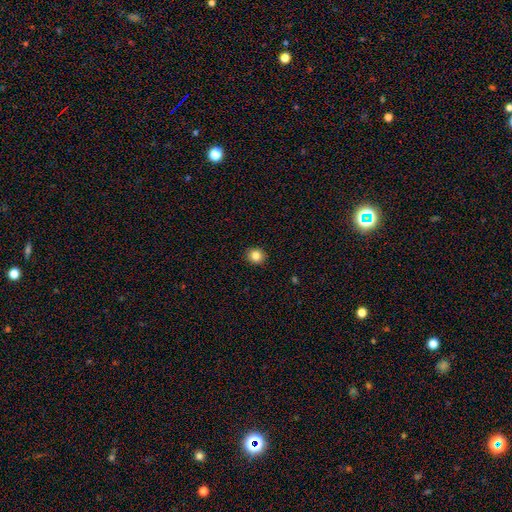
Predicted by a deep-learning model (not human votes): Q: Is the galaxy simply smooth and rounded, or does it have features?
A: smooth — 84%.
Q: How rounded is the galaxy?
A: round — 82%.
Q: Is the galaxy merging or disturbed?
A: none — 92%.